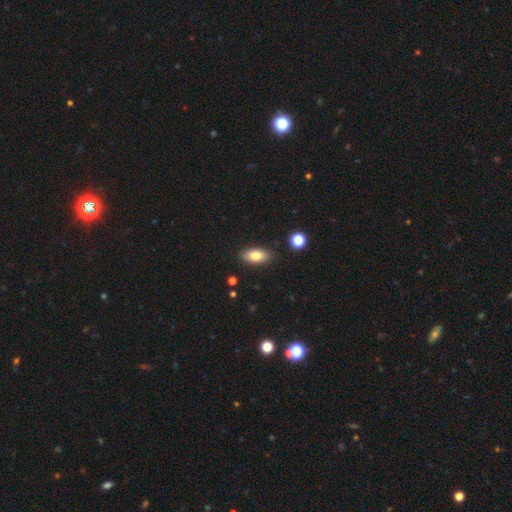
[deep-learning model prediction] Morphology: type=smooth (78%); roundness=in between (85%); merging=none (87%).